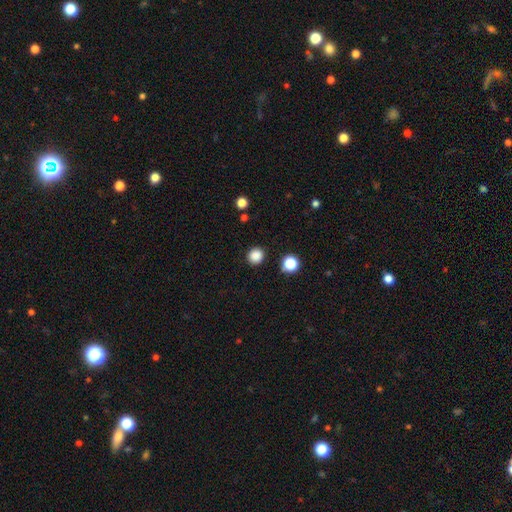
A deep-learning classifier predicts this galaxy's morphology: smooth-or-featured: smooth: 85% | star or artifact: 12% | featured or disk: 3%
  how-rounded: round: 89% | in between: 10% | cigar-shaped: 1%
  merging: none: 89% | minor disturbance: 7% | major disturbance: 2% | merger: 2%